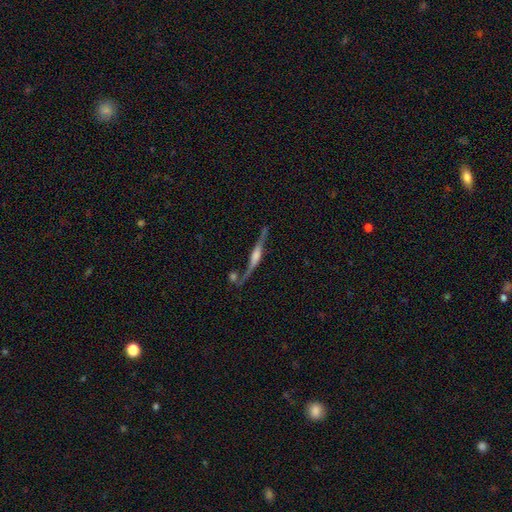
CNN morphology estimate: type=featured or disk (81%); edge-on=yes (87%); edge-on bulge=rounded (71%); merging=none (59%).